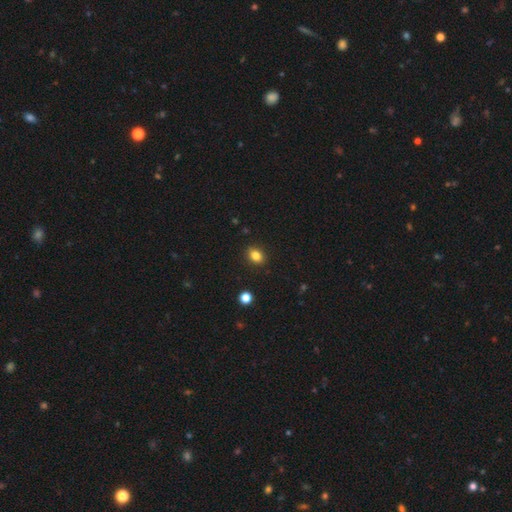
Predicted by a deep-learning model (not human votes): A smooth galaxy with no disk features (83%) that is in between round and cigar-shaped (63%). Merging: none (90%).